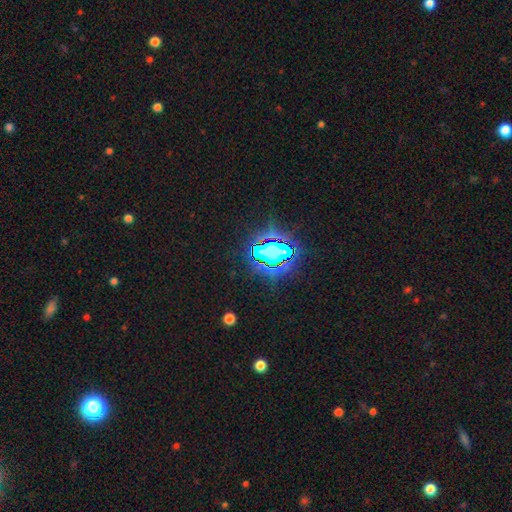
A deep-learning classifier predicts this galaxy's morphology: This appears to be a star or artifact, not a galaxy (83%).